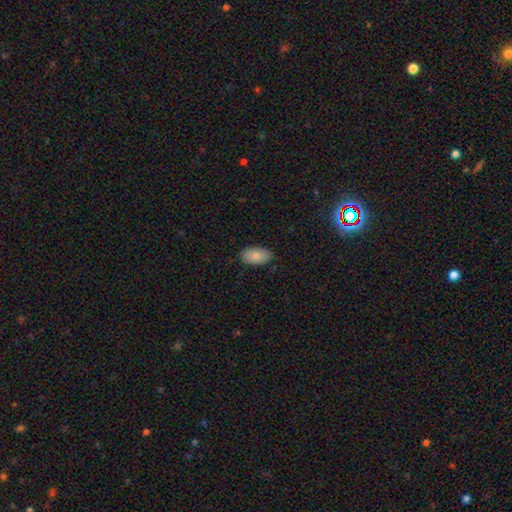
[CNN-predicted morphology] Smooth or featured: smooth — 83% (featured or disk — 10%)
How rounded: in between — 94% (round — 4%)
Merging: none — 86% (minor disturbance — 11%)